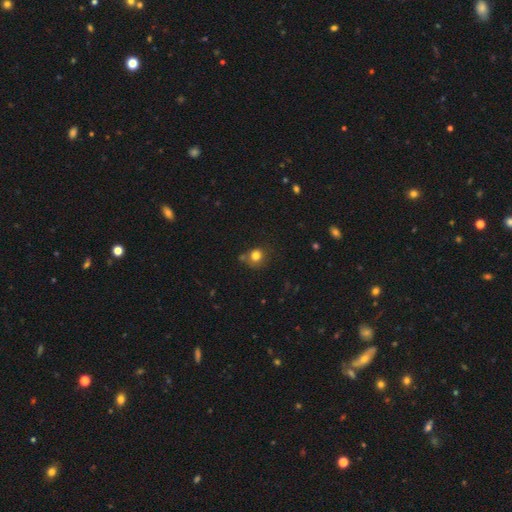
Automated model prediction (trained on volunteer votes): A smooth galaxy with no disk features (80%) that is round (80%). Merging: none (64%).